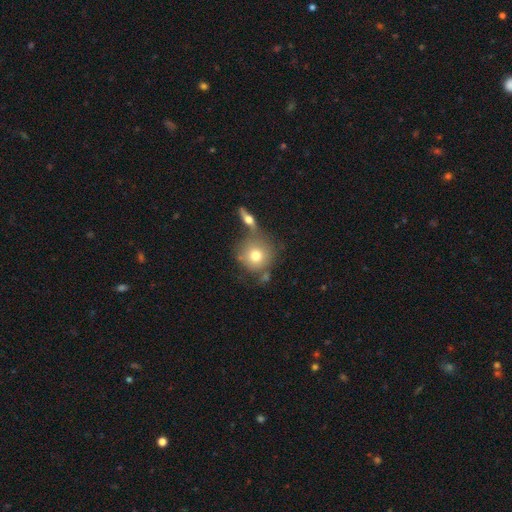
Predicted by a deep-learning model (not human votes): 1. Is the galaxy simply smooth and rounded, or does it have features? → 72% smooth, 19% featured or disk, 9% star or artifact.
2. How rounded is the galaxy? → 90% round, 9% in between, 1% cigar-shaped.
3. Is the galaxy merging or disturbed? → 55% none, 26% merger, 13% minor disturbance, 6% major disturbance.